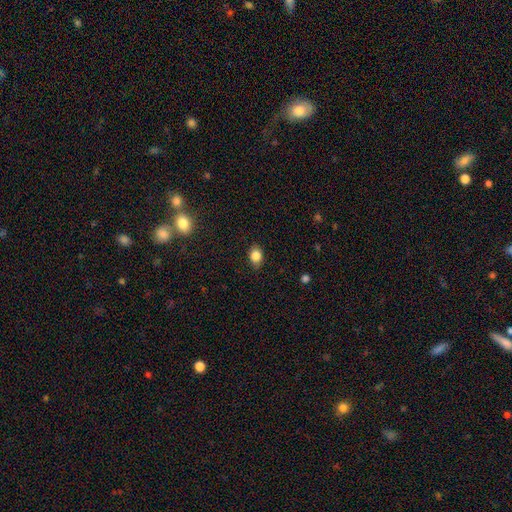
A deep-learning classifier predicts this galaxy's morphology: Smooth or featured? smooth (85%)
How rounded? in between (69%)
Merging? none (84%)